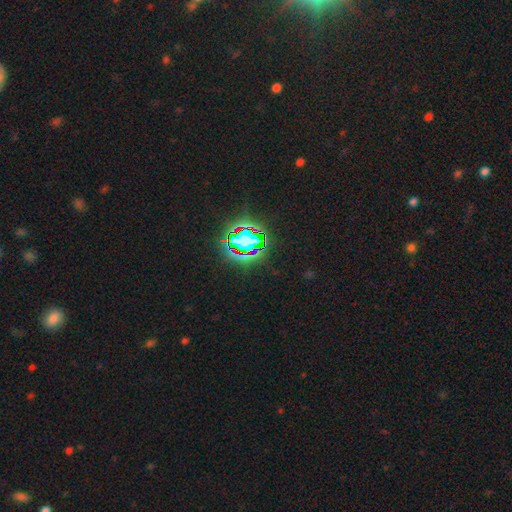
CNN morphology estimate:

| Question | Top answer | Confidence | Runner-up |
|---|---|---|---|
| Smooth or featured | star or artifact | 73% | smooth (16%) |